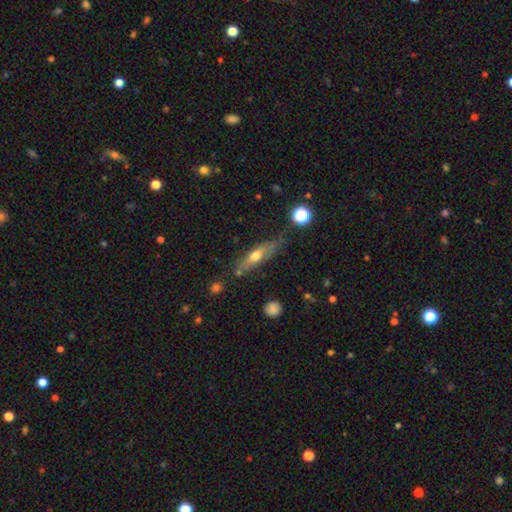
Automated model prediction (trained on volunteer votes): Overall: smooth (47%; featured or disk 46%). Merging: none (65%).